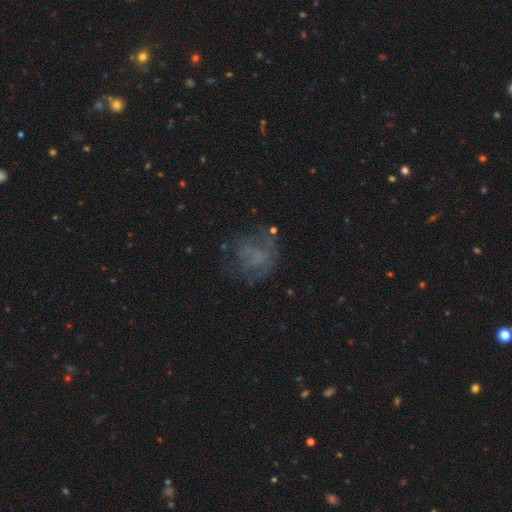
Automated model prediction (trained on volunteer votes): Smooth or featured: featured or disk — 44% (smooth — 35%)
Merging: none — 55% (major disturbance — 24%)